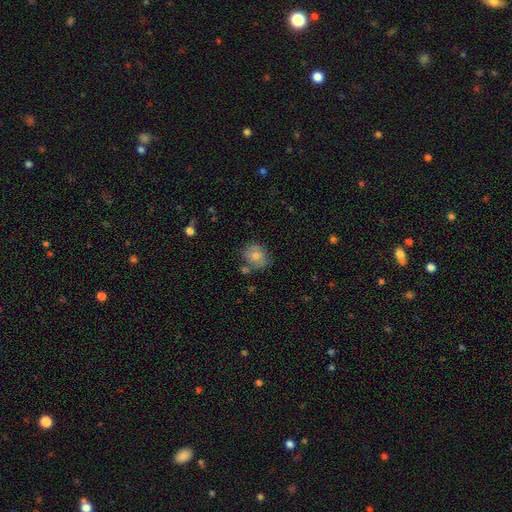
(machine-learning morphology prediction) smooth 65%, featured or disk 24%, star or artifact 11%. Down the decision tree: how rounded — round (66%); merging — none (73%).